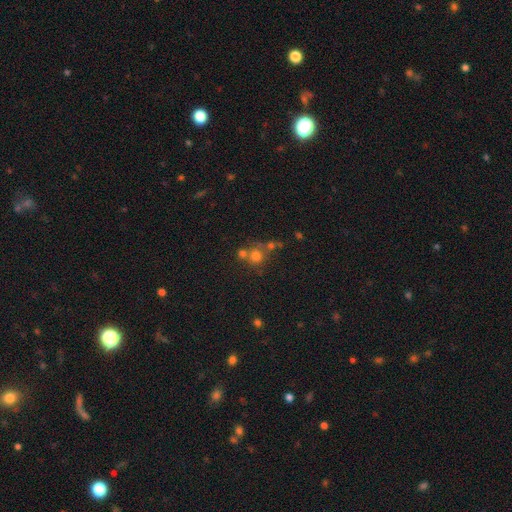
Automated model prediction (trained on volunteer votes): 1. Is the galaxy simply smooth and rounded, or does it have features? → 68% smooth, 19% star or artifact, 13% featured or disk.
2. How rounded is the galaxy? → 87% round, 12% in between, 1% cigar-shaped.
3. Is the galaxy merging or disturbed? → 50% none, 35% merger, 9% minor disturbance, 5% major disturbance.